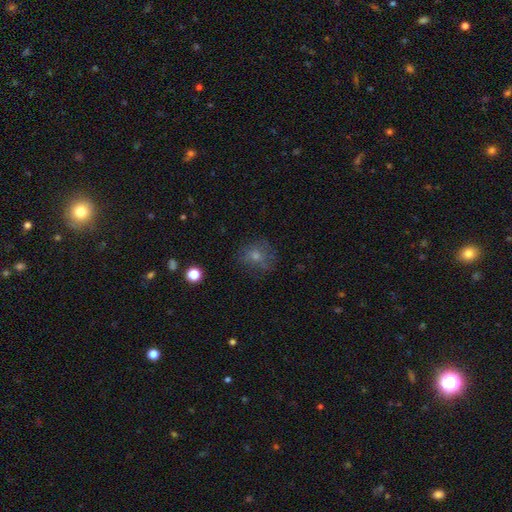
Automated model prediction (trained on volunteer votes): This appears to be a smooth galaxy with no disk features (58%) that is round (78%). Merging: none (73%).